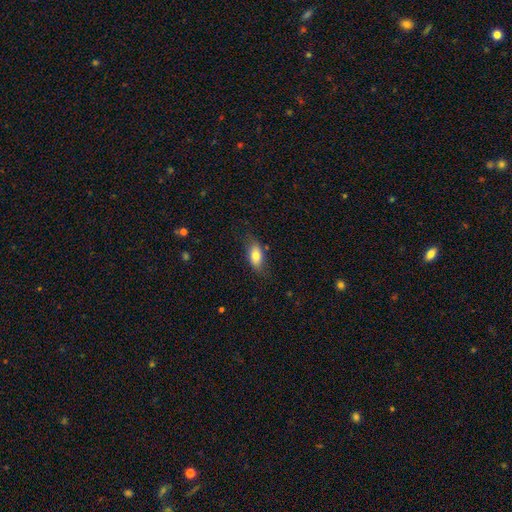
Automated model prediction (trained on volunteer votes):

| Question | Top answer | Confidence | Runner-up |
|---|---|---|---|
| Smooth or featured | smooth | 77% | featured or disk (16%) |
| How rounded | in between | 87% | cigar-shaped (8%) |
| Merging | none | 72% | minor disturbance (21%) |